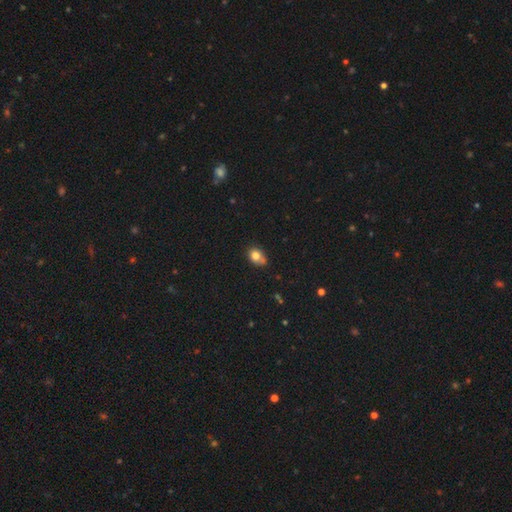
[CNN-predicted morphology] Smooth or featured? Predicted: smooth (p=0.79). How rounded? Predicted: in between (p=0.53). Merging? Predicted: none (p=0.53).